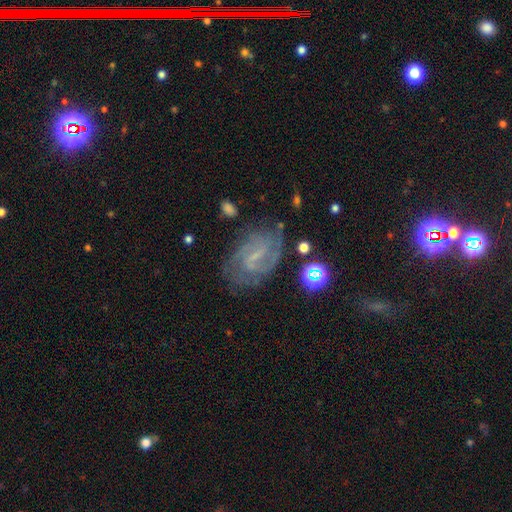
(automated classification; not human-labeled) A featured or disk galaxy (80%) with a weak bar (55%), 2 (60%) tight (44%) spiral arms (94%) and a small central bulge (58%). Merging: none (71%).